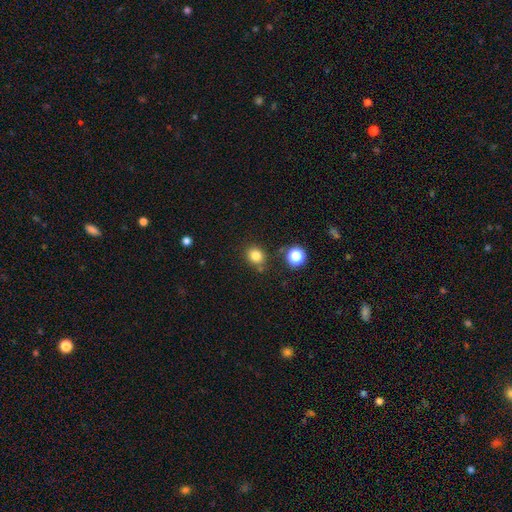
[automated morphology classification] smooth 81%, star or artifact 14%, featured or disk 6%. Down the decision tree: how rounded — round (73%); merging — none (77%).